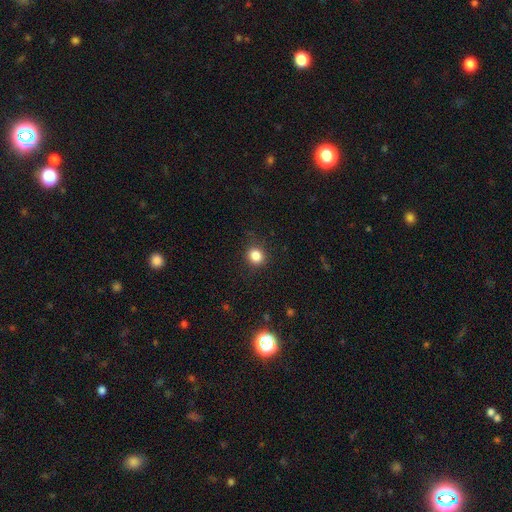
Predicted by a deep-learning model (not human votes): Q: Smooth or featured?
A: smooth (84%); runner-up: star or artifact (12%)
Q: How rounded?
A: round (80%); runner-up: in between (19%)
Q: Merging?
A: none (86%); runner-up: minor disturbance (10%)